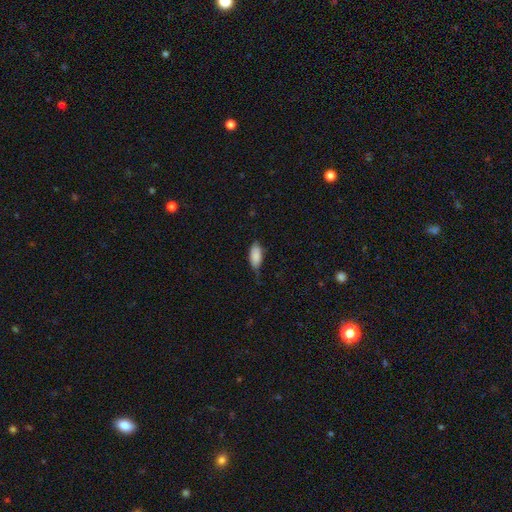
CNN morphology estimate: This appears to be a smooth galaxy with no disk features (87%) that is in between round and cigar-shaped (87%). Merging: none (52%).